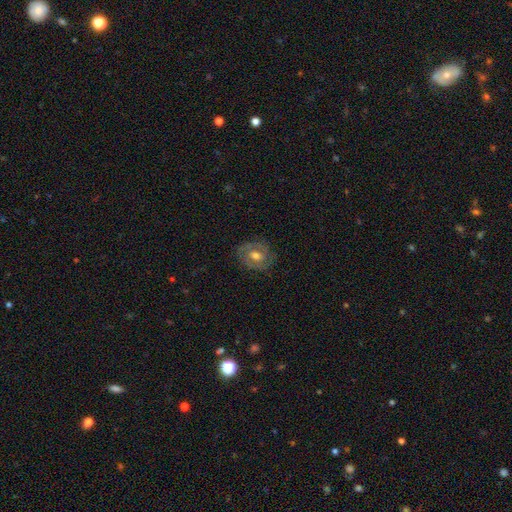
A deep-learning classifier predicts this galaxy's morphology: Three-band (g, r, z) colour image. It shows a featured or disk galaxy (71%) with no bar (46%), 2 (74%) tight (55%) spiral arms (85%) and a moderate central bulge (74%). Merging: none (81%).